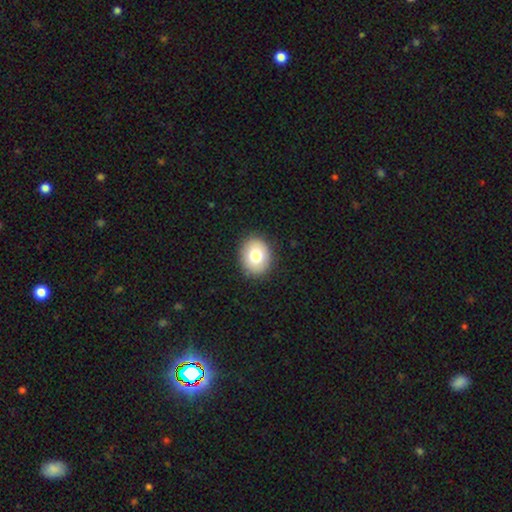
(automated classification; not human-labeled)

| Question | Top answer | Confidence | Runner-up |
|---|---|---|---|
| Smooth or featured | smooth | 78% | featured or disk (14%) |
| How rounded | round | 54% | in between (46%) |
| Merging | none | 89% | minor disturbance (8%) |